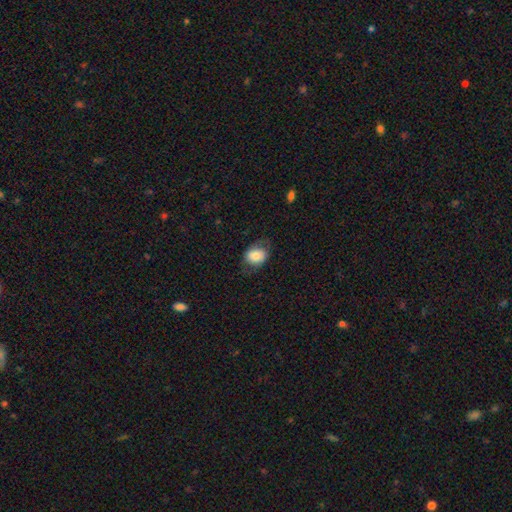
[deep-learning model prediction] Smooth or featured?
  - smooth: 73% *
  - featured or disk: 19%
  - star or artifact: 8%
How rounded?
  - in between: 55% *
  - round: 44%
  - cigar-shaped: 1%
Merging?
  - none: 65% *
  - minor disturbance: 22%
  - major disturbance: 12%
  - merger: 1%